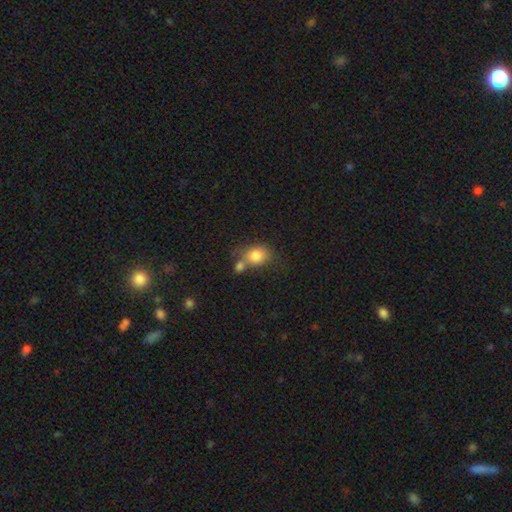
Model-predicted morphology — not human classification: Overall: smooth (81%). How rounded: round (54%; in between 45%). Merging: none (44%; merger 36%).